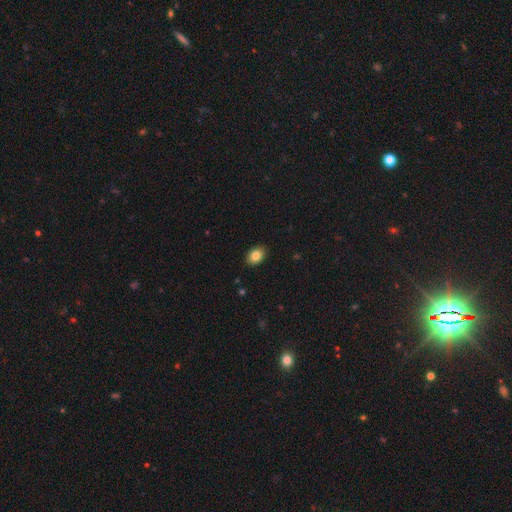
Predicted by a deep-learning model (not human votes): Smooth or featured? smooth (84%)
How rounded? in between (77%)
Merging? none (90%)